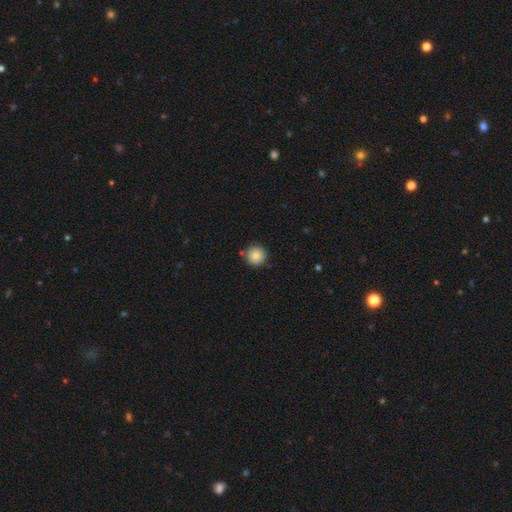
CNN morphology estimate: Smooth or featured: smooth — 85% (star or artifact — 9%)
How rounded: round — 96% (in between — 3%)
Merging: none — 86% (minor disturbance — 9%)